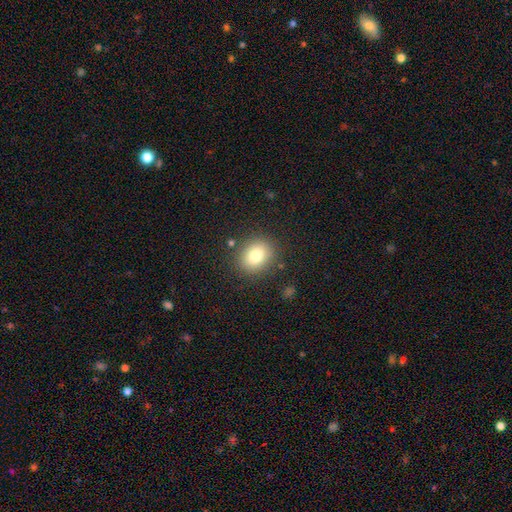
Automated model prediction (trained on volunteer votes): Morphology: type=smooth (78%); roundness=round (68%); merging=none (85%).